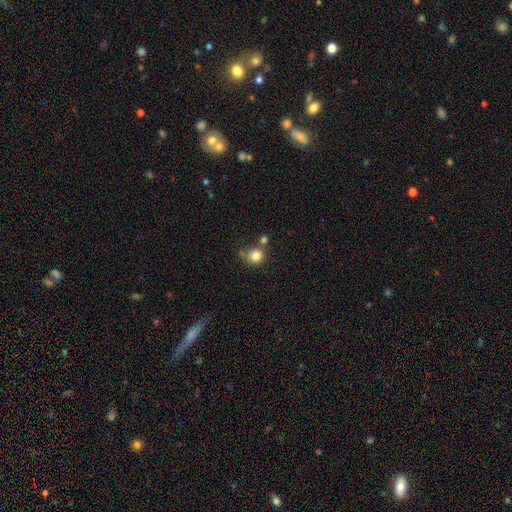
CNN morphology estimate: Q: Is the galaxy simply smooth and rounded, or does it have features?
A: smooth — 82%.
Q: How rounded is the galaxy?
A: round — 85%.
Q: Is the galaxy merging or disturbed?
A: none — 58%.